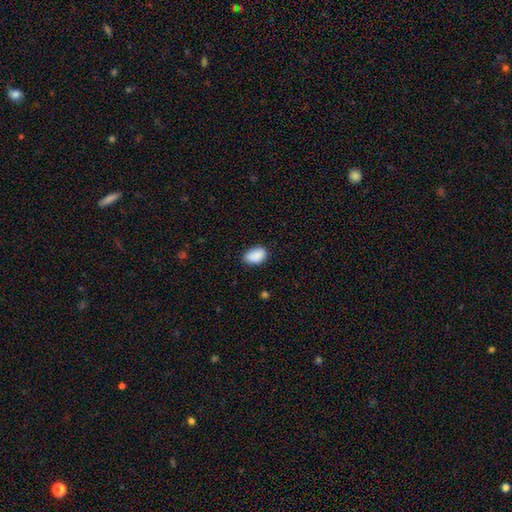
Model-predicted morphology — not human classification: smooth-or-featured: smooth: 90% | star or artifact: 7% | featured or disk: 3%
  how-rounded: in between: 91% | round: 8% | cigar-shaped: 1%
  merging: none: 81% | minor disturbance: 15% | major disturbance: 3% | merger: 1%